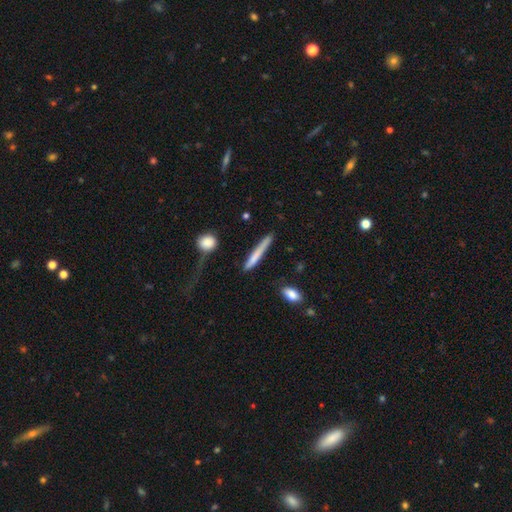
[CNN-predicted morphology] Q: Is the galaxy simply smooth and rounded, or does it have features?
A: smooth — 67%.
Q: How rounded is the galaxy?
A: cigar-shaped — 94%.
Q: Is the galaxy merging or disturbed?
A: none — 70%.